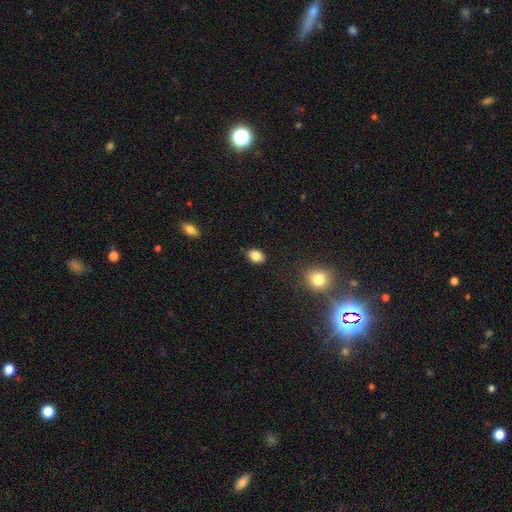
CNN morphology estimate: Smooth or featured: smooth — 86% (star or artifact — 9%)
How rounded: in between — 74% (round — 25%)
Merging: none — 86% (minor disturbance — 10%)